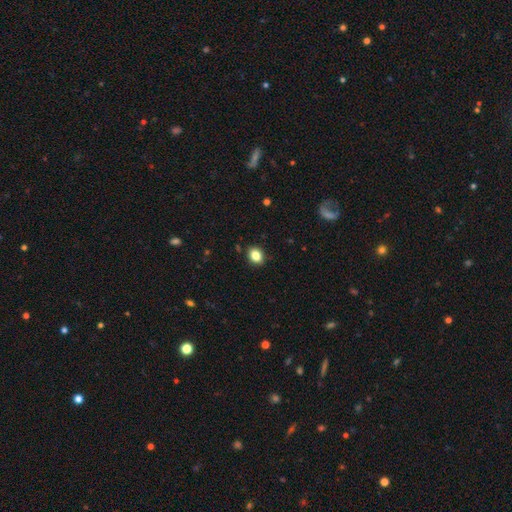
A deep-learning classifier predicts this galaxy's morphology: Smooth or featured? smooth (85%)
How rounded? in between (50%)
Merging? none (89%)